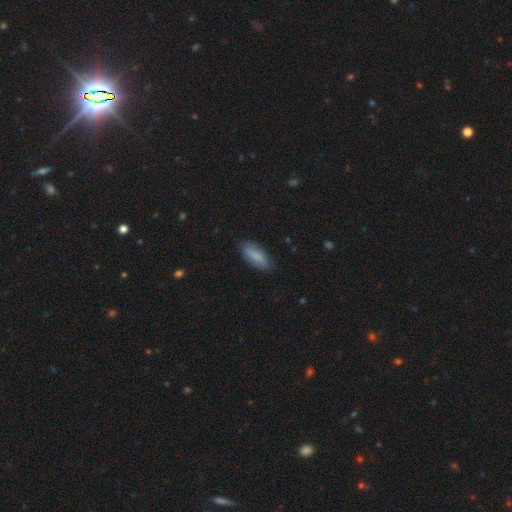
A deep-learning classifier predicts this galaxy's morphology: The model was most divided on "how rounded": in between: 74%, cigar-shaped: 24%, round: 2%. More confident: merging — none (82%); smooth or featured — smooth (82%).